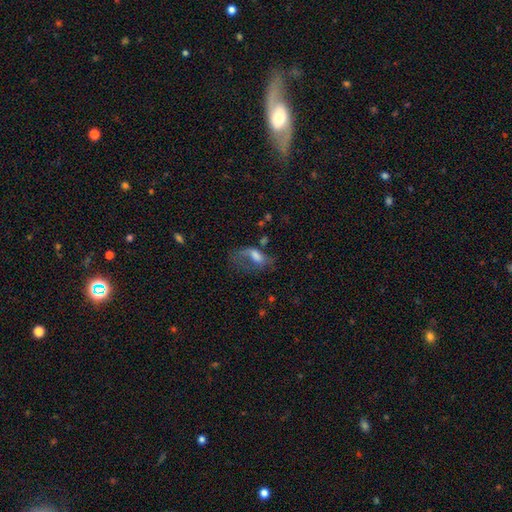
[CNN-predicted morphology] Smooth or featured: smooth — 51% (featured or disk — 37%)
How rounded: in between — 83% (round — 9%)
Merging: major disturbance — 56% (none — 21%)